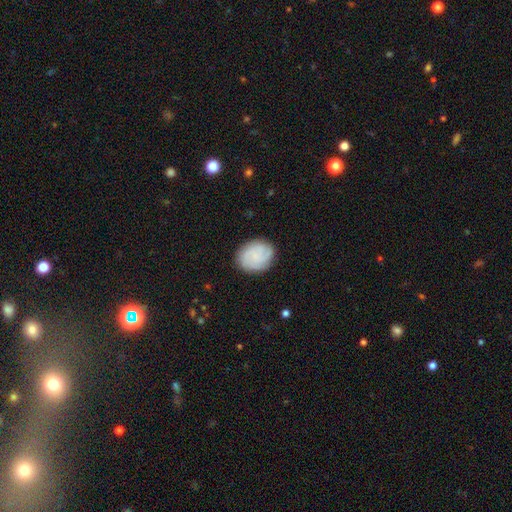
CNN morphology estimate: Smooth or featured? Predicted: smooth (p=0.49). Merging? Predicted: none (p=0.83).